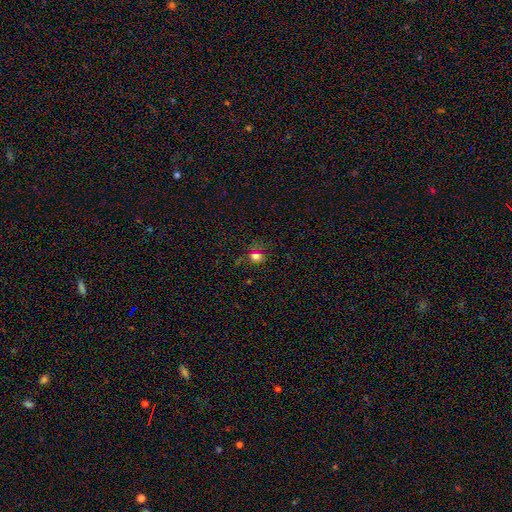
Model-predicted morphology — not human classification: A smooth galaxy with no disk features (68%) that is round (61%). Merging: none (70%).